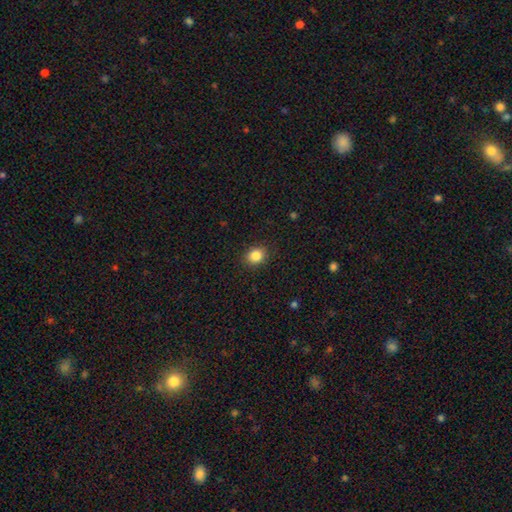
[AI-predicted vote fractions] A smooth galaxy with no disk features (85%) that is round (65%). Merging: none (88%).